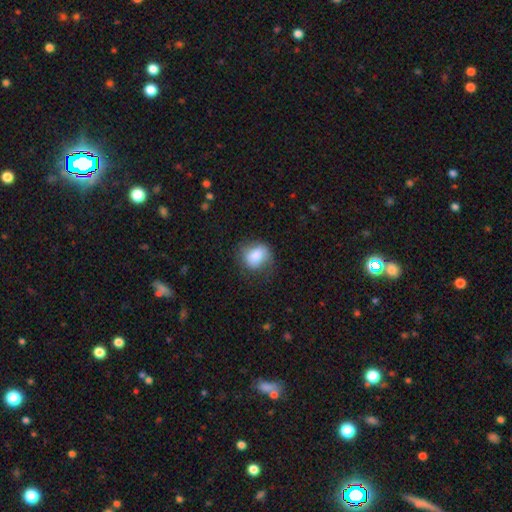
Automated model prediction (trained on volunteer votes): smooth_or_featured: smooth (p=0.81) [alt: featured or disk p=0.12]
how_rounded: round (p=0.52) [alt: in between p=0.46]
merging: none (p=0.61) [alt: minor disturbance p=0.25]